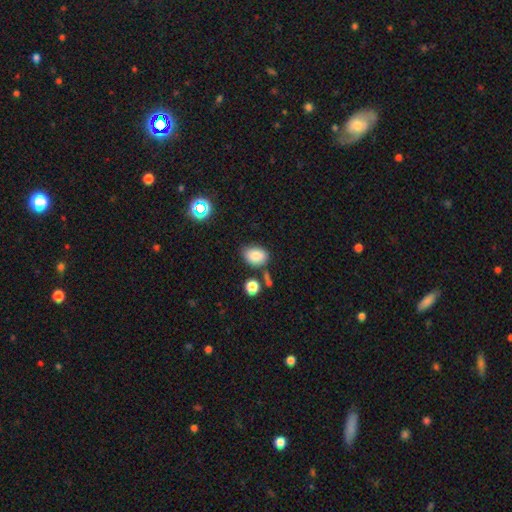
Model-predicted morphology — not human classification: Smooth or featured? Predicted: smooth (p=0.82). How rounded? Predicted: in between (p=0.76). Merging? Predicted: none (p=0.71).